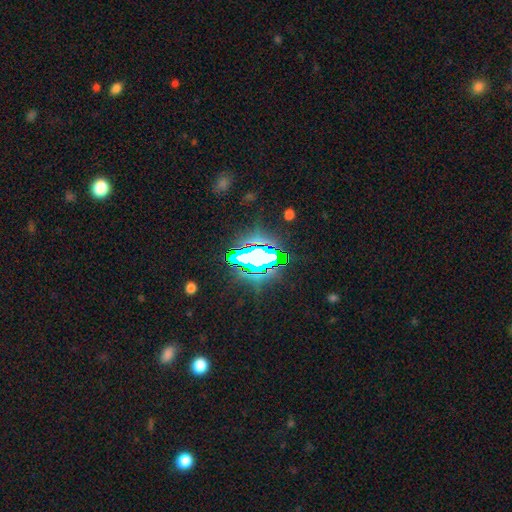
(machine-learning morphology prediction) star or artifact 66%, smooth 19%, featured or disk 15%.